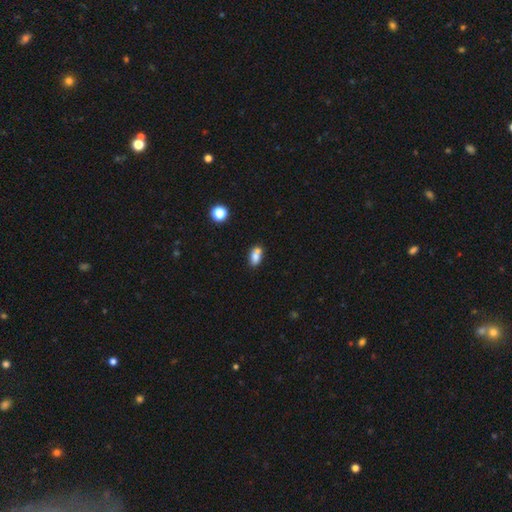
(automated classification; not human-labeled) smooth 78%, featured or disk 12%, star or artifact 10%. Down the decision tree: how rounded — in between (85%); merging — none (49%).